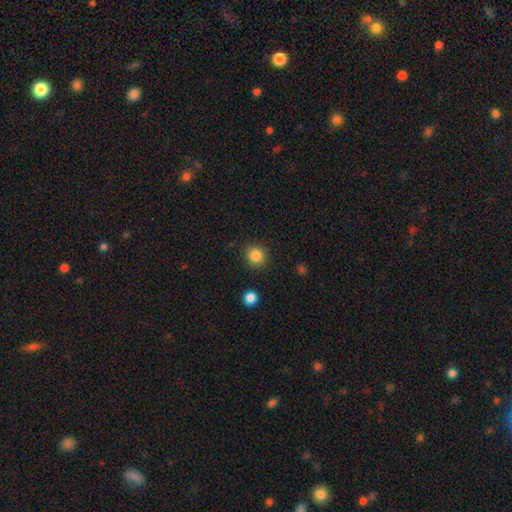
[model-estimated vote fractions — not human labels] Overall: smooth (86%). How rounded: round (90%). Merging: none (89%).